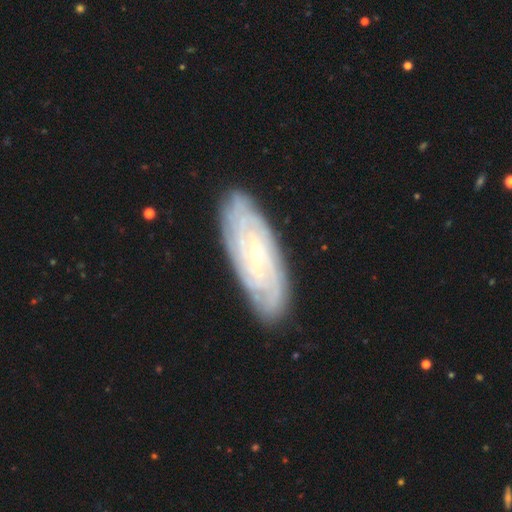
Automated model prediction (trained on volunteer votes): Q: Smooth or featured?
A: featured or disk (84%); runner-up: smooth (10%)
Q: Edge-on disk?
A: no (91%); runner-up: yes (9%)
Q: Bar?
A: no (57%); runner-up: weak (32%)
Q: Spiral arms?
A: yes (96%); runner-up: no (4%)
Q: Spiral winding?
A: tight (83%); runner-up: medium (14%)
Q: Spiral arm count?
A: can't tell (38%); runner-up: 4 (19%)
Q: Bulge size?
A: small (79%); runner-up: moderate (18%)
Q: Merging?
A: none (85%); runner-up: minor disturbance (12%)